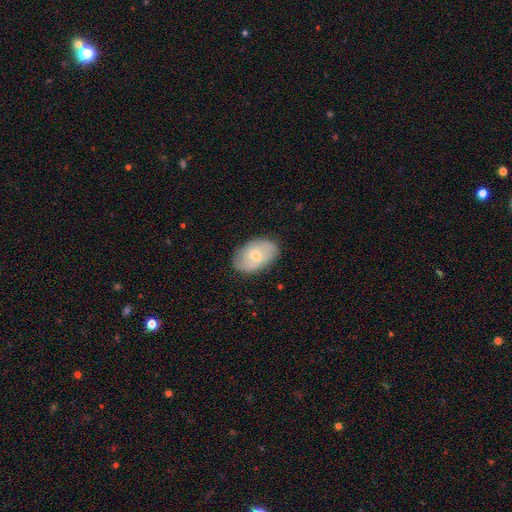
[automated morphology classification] smooth-or-featured: smooth: 51% | featured or disk: 42% | star or artifact: 6%
  how-rounded: in between: 89% | round: 9% | cigar-shaped: 1%
  merging: none: 83% | minor disturbance: 13% | major disturbance: 3% | merger: 1%